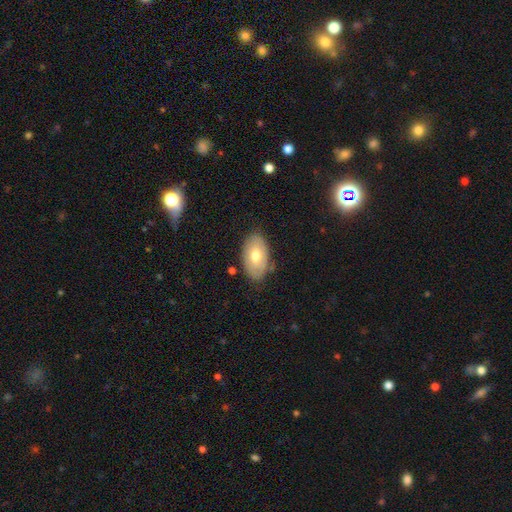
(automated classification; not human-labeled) This appears to be a smooth galaxy with no disk features (64%) that is in between round and cigar-shaped (93%). Merging: none (77%).